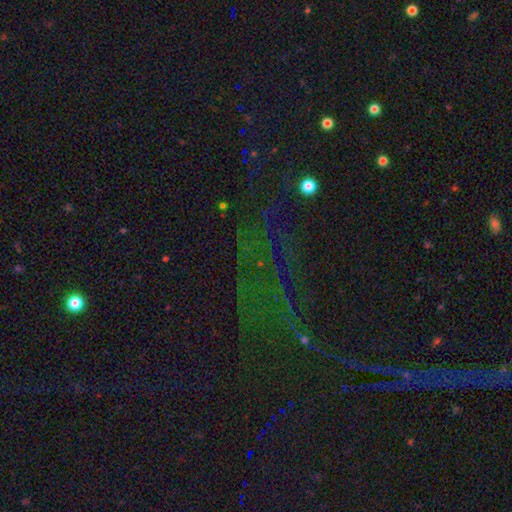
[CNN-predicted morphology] A star or artifact, not a galaxy (74%).

Vote fractions:
- Smooth or featured? star or artifact: 74% / smooth: 14% / featured or disk: 12%